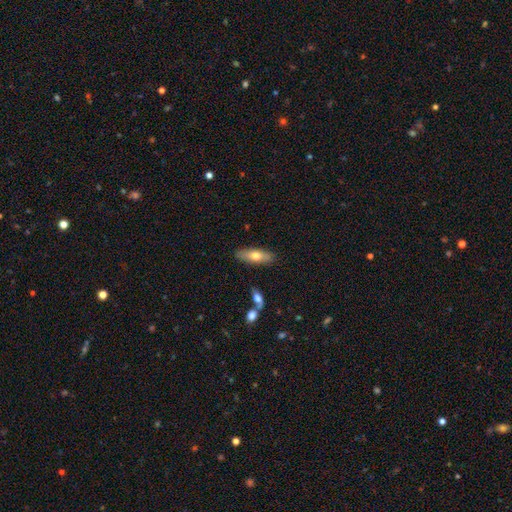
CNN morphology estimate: Smooth or featured?
  - smooth: 67% *
  - featured or disk: 27%
  - star or artifact: 6%
How rounded?
  - in between: 55% *
  - cigar-shaped: 43%
  - round: 2%
Merging?
  - none: 85% *
  - minor disturbance: 10%
  - merger: 3%
  - major disturbance: 2%